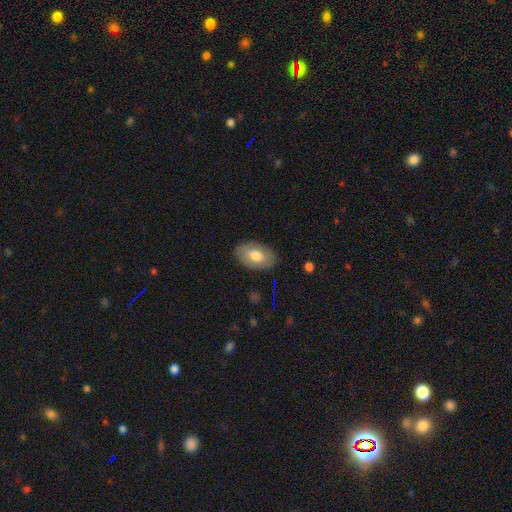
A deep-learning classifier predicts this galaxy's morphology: Smooth or featured: smooth — 69% (featured or disk — 24%)
How rounded: in between — 91% (round — 8%)
Merging: none — 84% (minor disturbance — 12%)